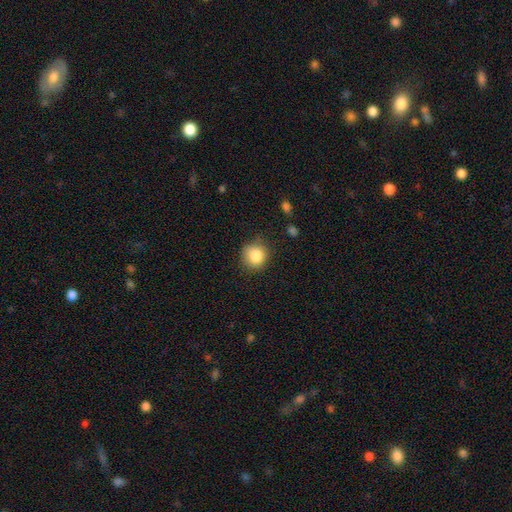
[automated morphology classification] Smooth or featured? Predicted: smooth (p=0.86). How rounded? Predicted: round (p=0.89). Merging? Predicted: none (p=0.78).